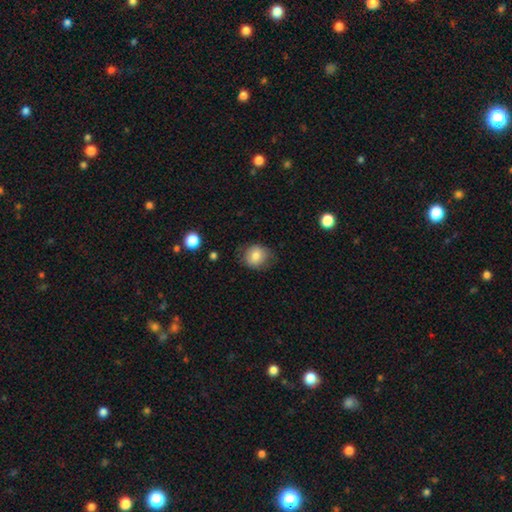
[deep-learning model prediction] Smooth or featured? smooth (80%)
How rounded? round (73%)
Merging? none (76%)